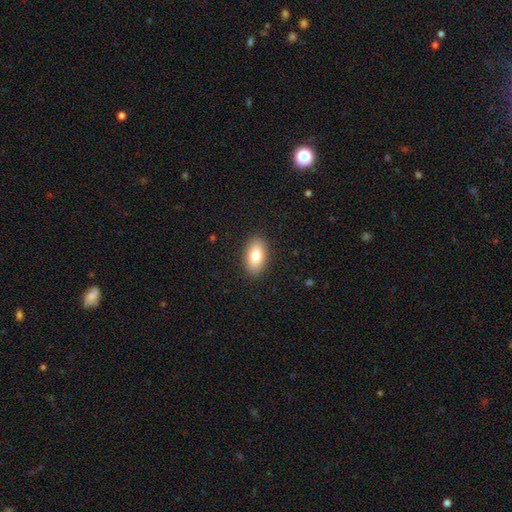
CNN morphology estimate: Smooth or featured? Predicted: smooth (p=0.80). How rounded? Predicted: in between (p=0.92). Merging? Predicted: none (p=0.89).